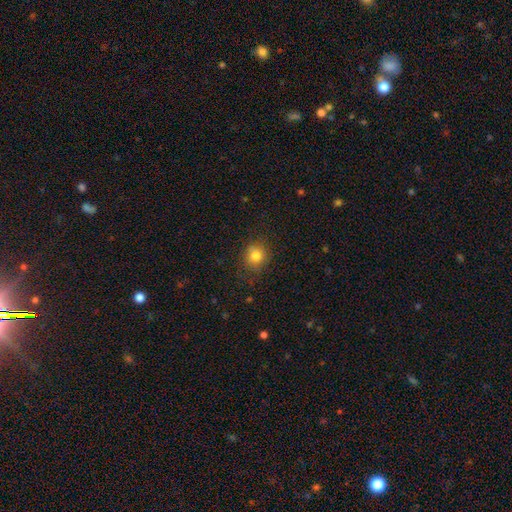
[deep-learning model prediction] The model was most divided on "how rounded": round: 82%, in between: 17%, cigar-shaped: 1%. More confident: merging — none (84%); smooth or featured — smooth (80%).